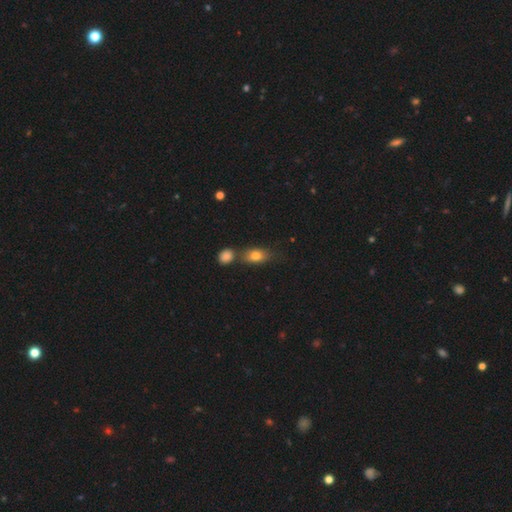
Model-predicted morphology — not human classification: A smooth galaxy with no disk features (77%) that is in between round and cigar-shaped (79%).

Vote fractions:
- Smooth or featured? smooth: 77% / featured or disk: 14% / star or artifact: 9%
- How rounded? in between: 79% / round: 14% / cigar-shaped: 7%
- Merging? none: 56% / merger: 24% / minor disturbance: 15% / major disturbance: 5%